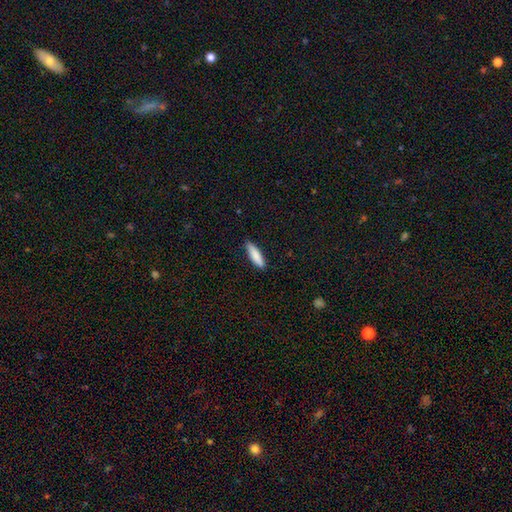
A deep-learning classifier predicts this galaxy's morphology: A smooth galaxy with no disk features (85%) that is cigar-shaped (65%). Merging: none (85%).